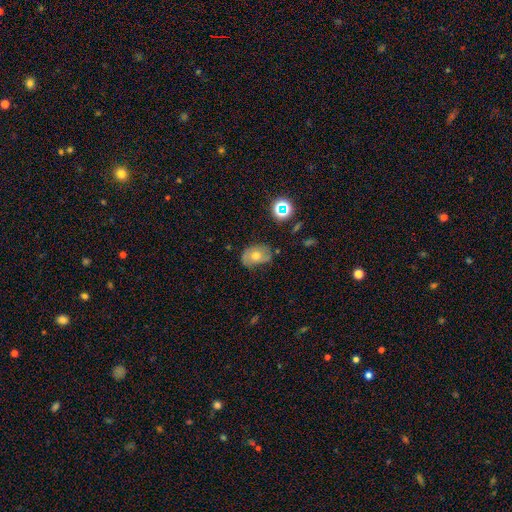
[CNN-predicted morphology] Smooth or featured? Predicted: smooth (p=0.54). How rounded? Predicted: in between (p=0.68). Merging? Predicted: none (p=0.60).